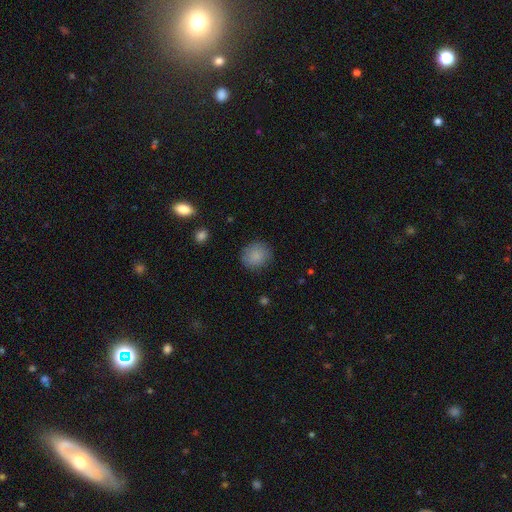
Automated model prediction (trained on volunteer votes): A smooth galaxy with no disk features (86%) that is round (83%). Merging: none (84%).